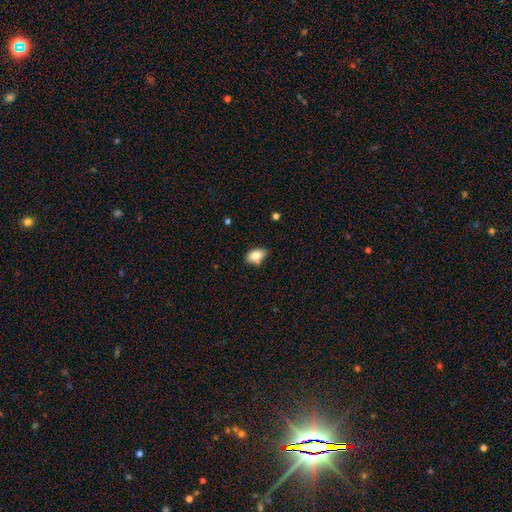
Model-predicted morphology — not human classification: A smooth galaxy with no disk features (83%) that is in between round and cigar-shaped (88%).

Vote fractions:
- Smooth or featured? smooth: 83% / featured or disk: 9% / star or artifact: 8%
- How rounded? in between: 88% / round: 10% / cigar-shaped: 2%
- Merging? none: 76% / minor disturbance: 18% / merger: 3% / major disturbance: 3%